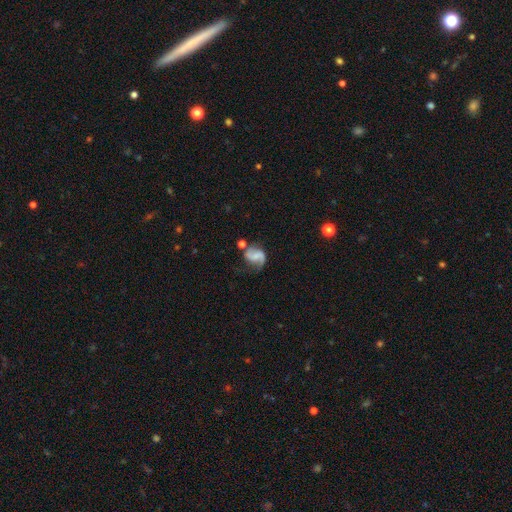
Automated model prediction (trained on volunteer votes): This is likely a featured or disk galaxy (72%). It is clearly not viewed edge-on (98%). Bar: marginally no (41%). Spiral arm pattern: clearly yes (92%). Spiral arm count: clearly 2 (82%). Spiral winding: possibly loose (46%). Central bulge: marginally small (42%). Merging: possibly none (52%).